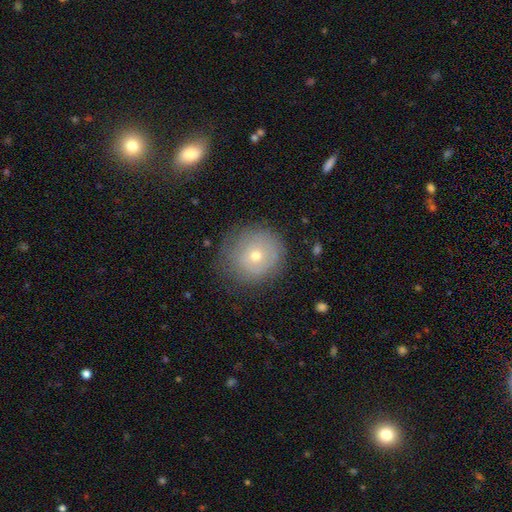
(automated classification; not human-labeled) smooth-or-featured: smooth: 56% | featured or disk: 33% | star or artifact: 11%
  how-rounded: round: 89% | in between: 10% | cigar-shaped: 1%
  merging: none: 73% | minor disturbance: 18% | major disturbance: 7% | merger: 1%